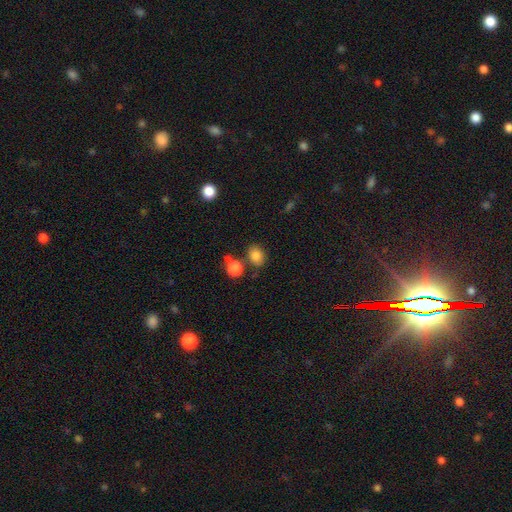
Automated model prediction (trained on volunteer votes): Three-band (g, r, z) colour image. It shows a smooth galaxy with no disk features (83%) that is in between round and cigar-shaped (55%). Merging: none (71%).